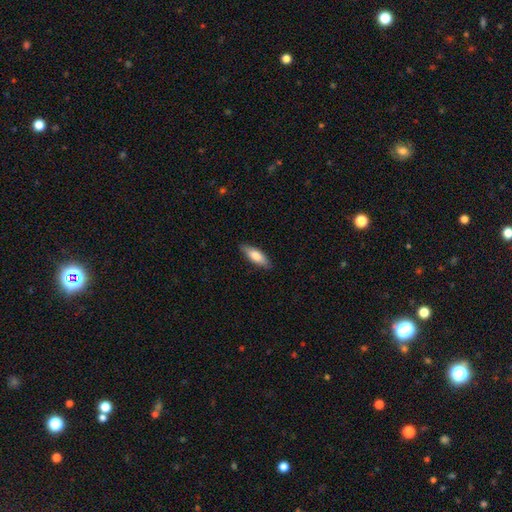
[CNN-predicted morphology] Smooth or featured? smooth (76%)
How rounded? in between (59%)
Merging? none (86%)